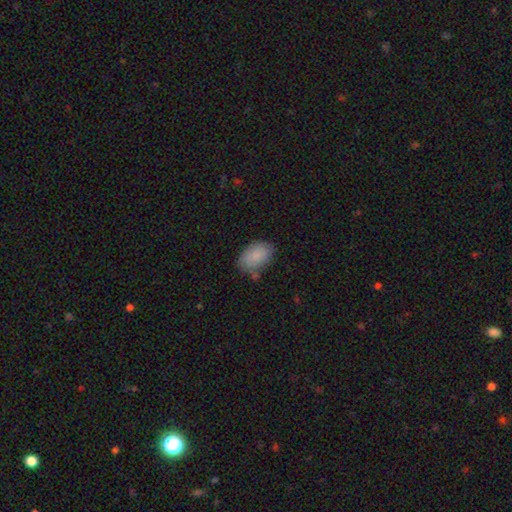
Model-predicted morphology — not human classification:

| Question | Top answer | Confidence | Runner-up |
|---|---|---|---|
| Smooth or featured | smooth | 86% | featured or disk (7%) |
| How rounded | in between | 90% | round (8%) |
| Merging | none | 72% | minor disturbance (19%) |